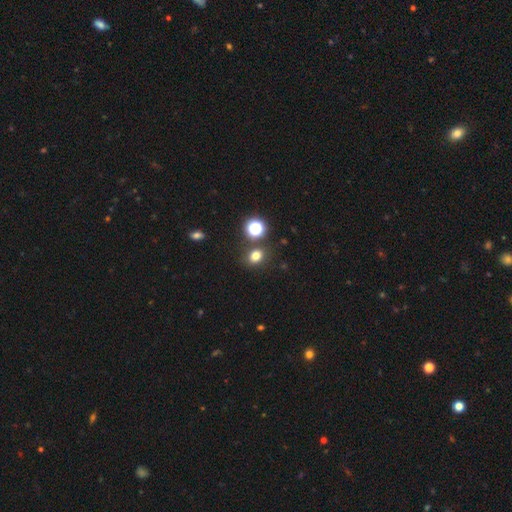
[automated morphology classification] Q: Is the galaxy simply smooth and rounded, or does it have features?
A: smooth — 76%.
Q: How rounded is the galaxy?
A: round — 53%.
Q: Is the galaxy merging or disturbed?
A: none — 78%.